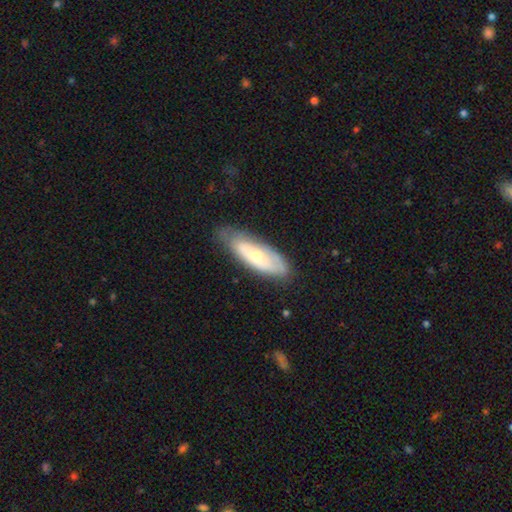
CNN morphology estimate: A featured or disk galaxy (49%). Merging: none (67%).